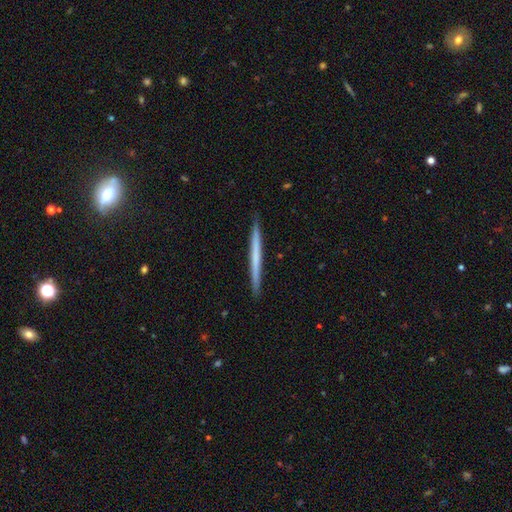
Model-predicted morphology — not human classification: smooth 49%, featured or disk 45%, star or artifact 5%. Down the decision tree: merging — none (92%).